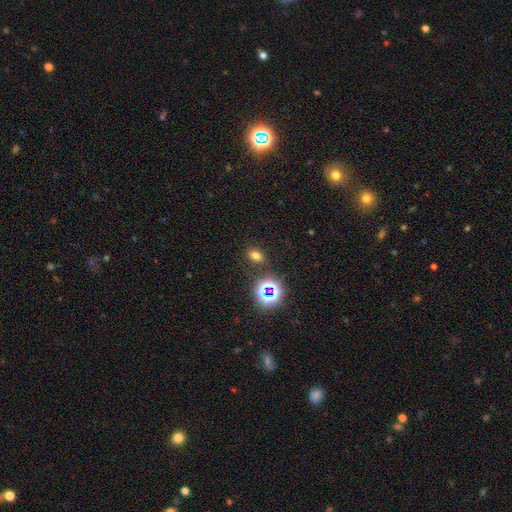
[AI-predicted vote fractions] smooth 67%, star or artifact 25%, featured or disk 8%. Down the decision tree: how rounded — in between (73%); merging — none (84%).